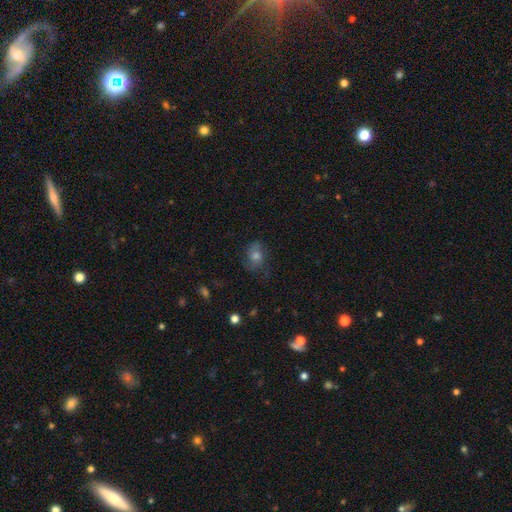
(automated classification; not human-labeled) smooth-or-featured: smooth: 50% | featured or disk: 30% | star or artifact: 20%
  how-rounded: round: 54% | in between: 45% | cigar-shaped: 1%
  merging: none: 67% | minor disturbance: 21% | major disturbance: 10% | merger: 2%